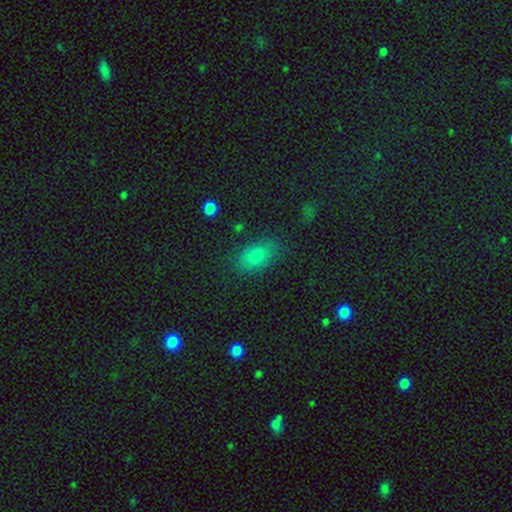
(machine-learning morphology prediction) This is likely a smooth galaxy (76%). How rounded: clearly in between (86%). Merging: likely none (80%).